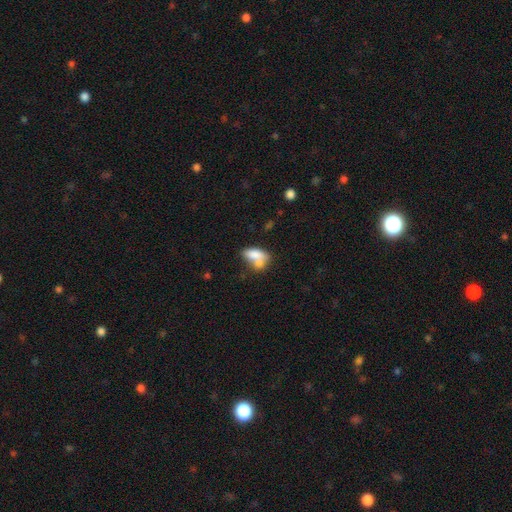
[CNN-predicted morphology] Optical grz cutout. It shows a smooth galaxy with no disk features (72%) that is in between round and cigar-shaped (86%). Merging: merger (49%).